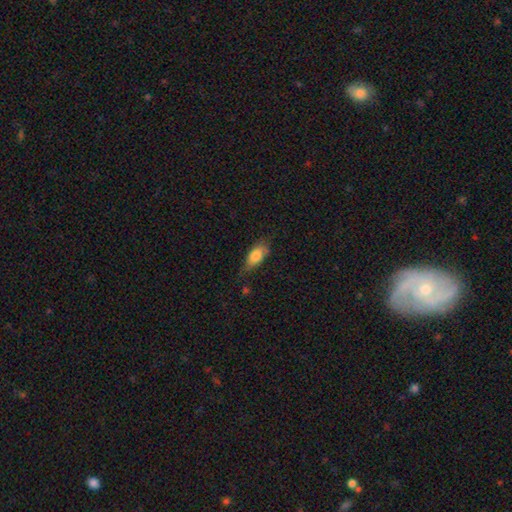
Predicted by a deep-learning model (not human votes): Smooth or featured: smooth — 76% (featured or disk — 17%)
How rounded: in between — 82% (cigar-shaped — 14%)
Merging: none — 60% (minor disturbance — 30%)